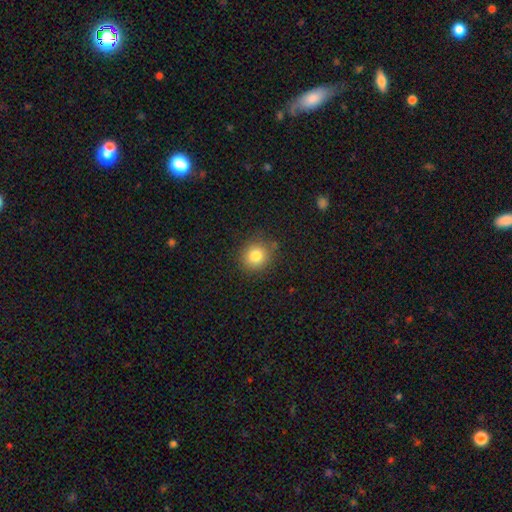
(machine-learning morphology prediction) The model was most divided on "smooth or featured": smooth: 82%, star or artifact: 11%, featured or disk: 7%. More confident: how rounded — round (85%); merging — none (83%).